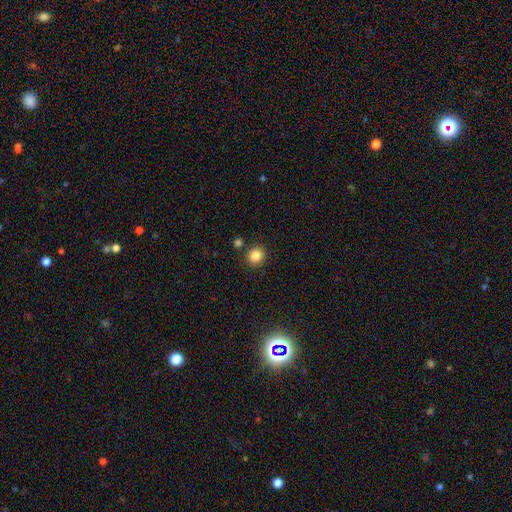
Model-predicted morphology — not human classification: A smooth galaxy with no disk features (84%) that is round (86%).

Vote fractions:
- Smooth or featured? smooth: 84% / star or artifact: 11% / featured or disk: 5%
- How rounded? round: 86% / in between: 13% / cigar-shaped: 1%
- Merging? none: 86% / minor disturbance: 7% / merger: 5% / major disturbance: 2%